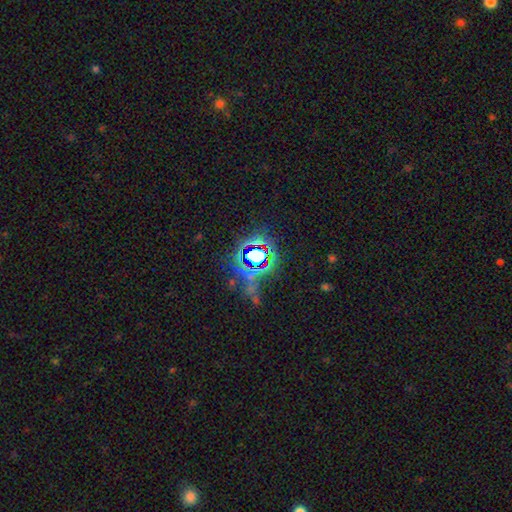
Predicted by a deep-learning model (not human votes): smooth-or-featured: star or artifact: 70% | smooth: 19% | featured or disk: 11%